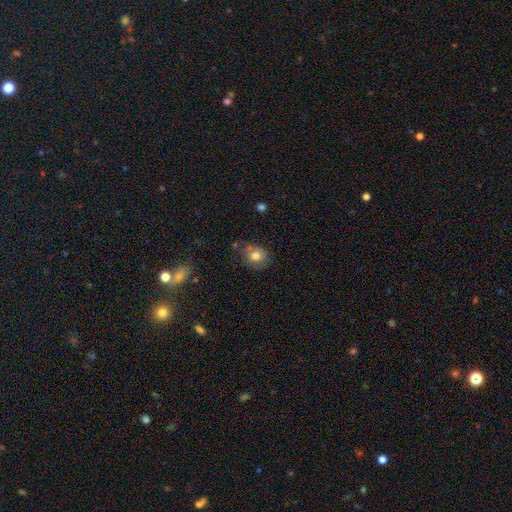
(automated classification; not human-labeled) A smooth galaxy with no disk features (75%) that is round (58%). Merging: none (70%).